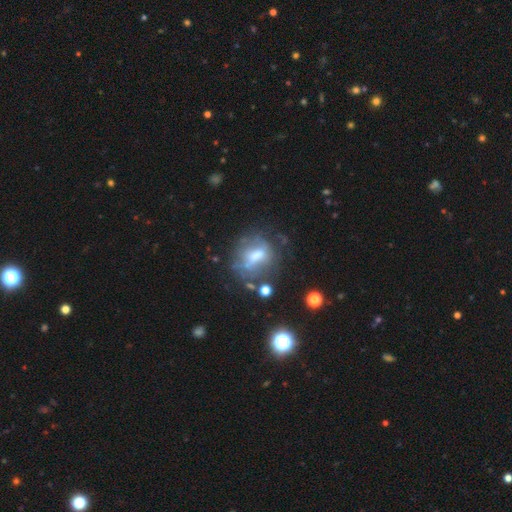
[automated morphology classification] Smooth or featured? Predicted: featured or disk (p=0.52). Edge-on disk? Predicted: no (p=0.92). Merging? Predicted: none (p=0.53).